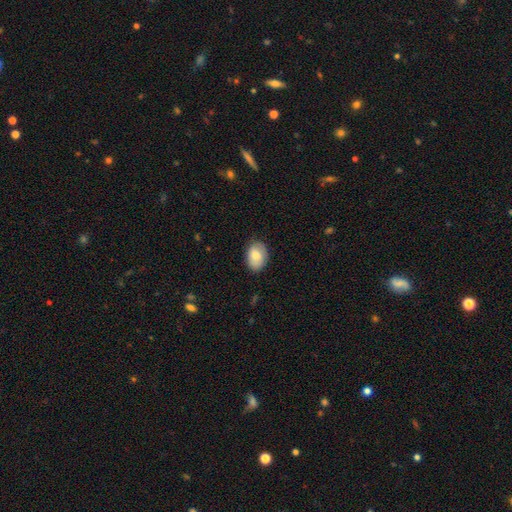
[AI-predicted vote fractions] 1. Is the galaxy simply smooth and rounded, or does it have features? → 80% smooth, 13% featured or disk, 7% star or artifact.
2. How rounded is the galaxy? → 82% in between, 17% round, 1% cigar-shaped.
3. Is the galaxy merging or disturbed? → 83% none, 14% minor disturbance, 3% major disturbance, 1% merger.